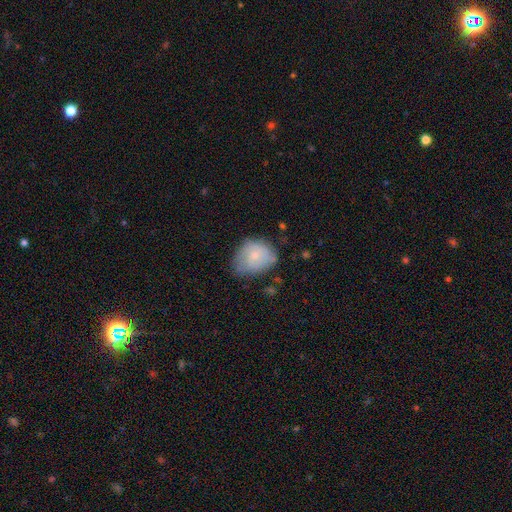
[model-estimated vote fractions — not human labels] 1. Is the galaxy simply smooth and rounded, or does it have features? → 65% smooth, 28% featured or disk, 7% star or artifact.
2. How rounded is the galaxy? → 53% round, 46% in between, 1% cigar-shaped.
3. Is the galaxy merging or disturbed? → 51% none, 36% minor disturbance, 11% major disturbance, 2% merger.